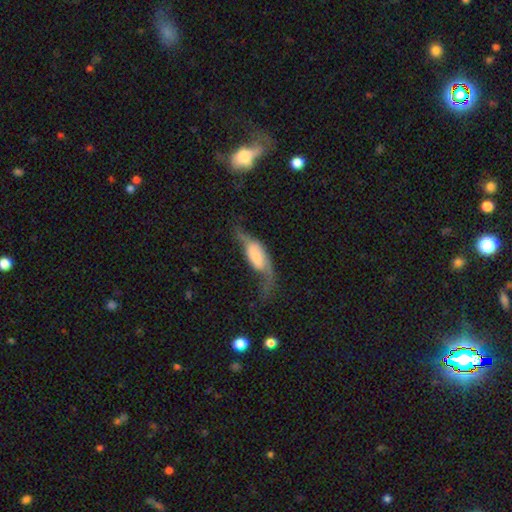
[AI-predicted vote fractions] Q: Smooth or featured?
A: featured or disk (55%); runner-up: smooth (37%)
Q: Edge-on disk?
A: no (80%); runner-up: yes (20%)
Q: Merging?
A: major disturbance (44%); runner-up: none (27%)